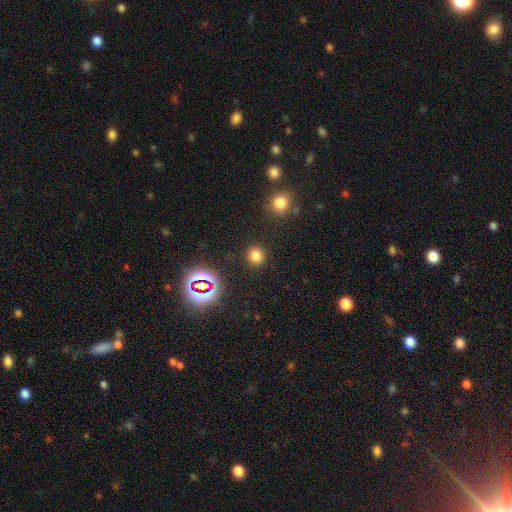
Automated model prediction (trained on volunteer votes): Smooth or featured?
  - smooth: 75% *
  - star or artifact: 20%
  - featured or disk: 5%
How rounded?
  - round: 82% *
  - in between: 17%
  - cigar-shaped: 1%
Merging?
  - none: 88% *
  - minor disturbance: 7%
  - major disturbance: 3%
  - merger: 2%